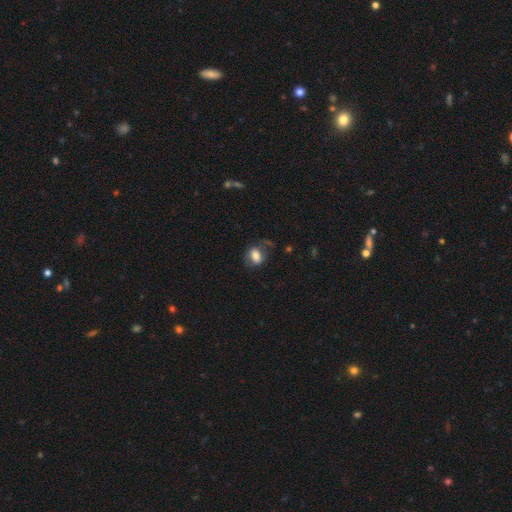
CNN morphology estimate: smooth-or-featured: smooth: 72% | featured or disk: 20% | star or artifact: 9%
  how-rounded: in between: 75% | round: 23% | cigar-shaped: 2%
  merging: none: 61% | minor disturbance: 22% | major disturbance: 14% | merger: 3%